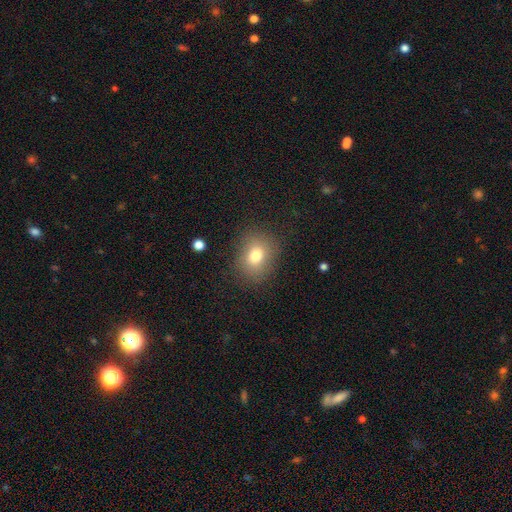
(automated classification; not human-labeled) Overall: smooth (77%). How rounded: round (52%; in between 47%). Merging: none (83%).